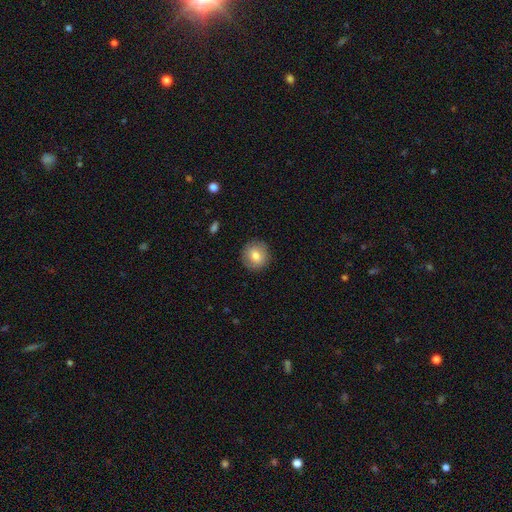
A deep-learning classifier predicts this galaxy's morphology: Smooth or featured: smooth — 78% (featured or disk — 14%)
How rounded: round — 92% (in between — 7%)
Merging: none — 89% (minor disturbance — 8%)